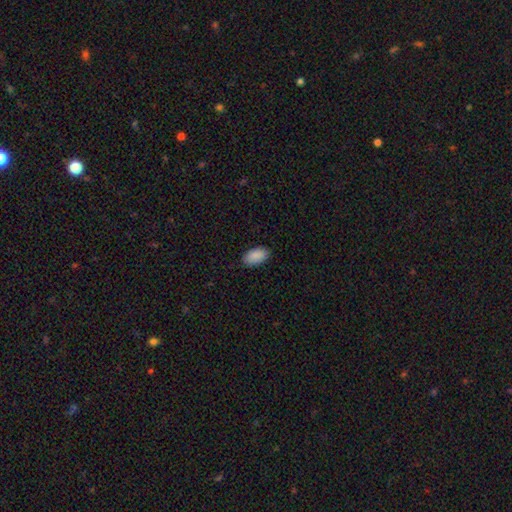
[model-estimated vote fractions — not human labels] Smooth or featured?
  - smooth: 90% *
  - star or artifact: 6%
  - featured or disk: 4%
How rounded?
  - in between: 95% *
  - cigar-shaped: 3%
  - round: 3%
Merging?
  - none: 87% *
  - minor disturbance: 10%
  - major disturbance: 2%
  - merger: 1%